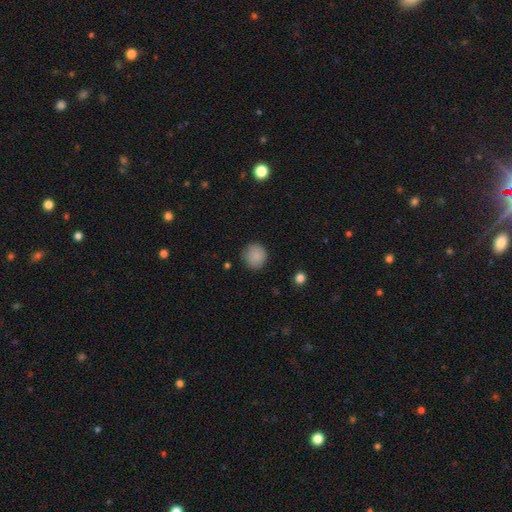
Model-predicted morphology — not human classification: Smooth or featured? smooth (87%)
How rounded? round (90%)
Merging? none (86%)